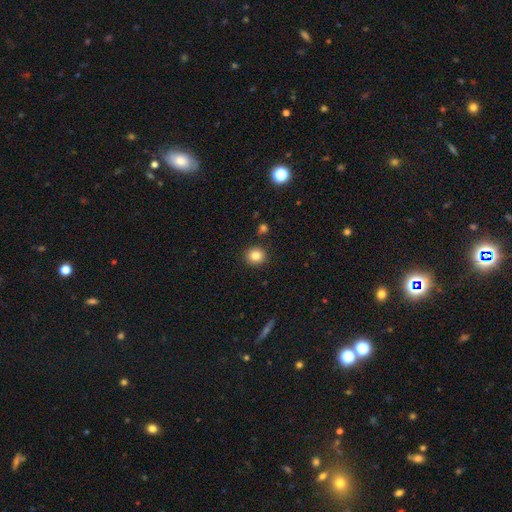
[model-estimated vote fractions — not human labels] Smooth or featured: smooth — 84% (star or artifact — 10%)
How rounded: round — 86% (in between — 13%)
Merging: none — 90% (minor disturbance — 6%)